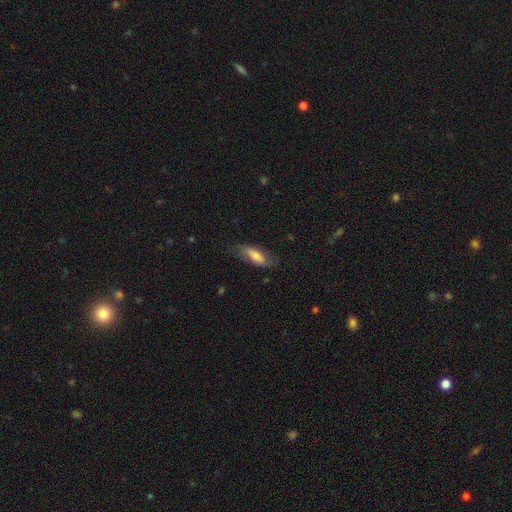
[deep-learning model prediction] smooth-or-featured: smooth: 61% | featured or disk: 33% | star or artifact: 7%
  how-rounded: in between: 68% | cigar-shaped: 30% | round: 3%
  merging: none: 69% | minor disturbance: 22% | major disturbance: 7% | merger: 1%